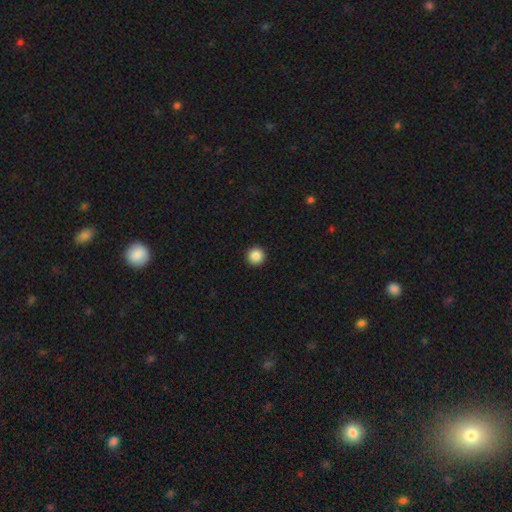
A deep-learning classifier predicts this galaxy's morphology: A smooth galaxy with no disk features (88%) that is round (96%). Merging: none (94%).